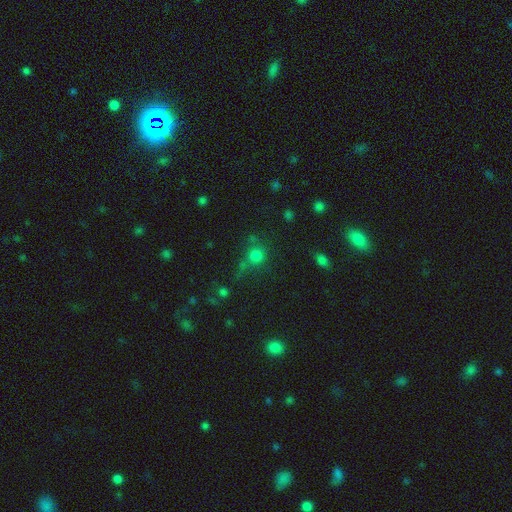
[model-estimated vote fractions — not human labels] Smooth or featured? Predicted: smooth (p=0.73). How rounded? Predicted: round (p=0.88). Merging? Predicted: none (p=0.61).